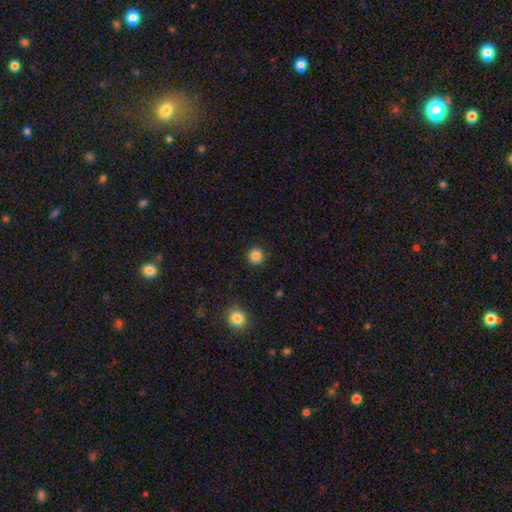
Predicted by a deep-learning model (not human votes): smooth_or_featured: smooth (p=0.86) [alt: star or artifact p=0.11]
how_rounded: round (p=0.91) [alt: in between p=0.08]
merging: none (p=0.91) [alt: minor disturbance p=0.06]